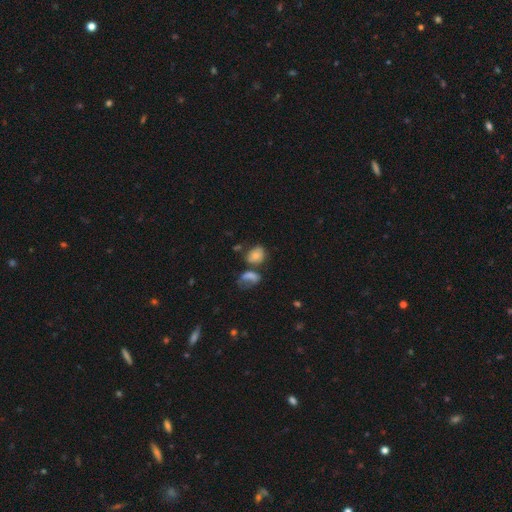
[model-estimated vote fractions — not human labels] Morphology: type=smooth (70%); roundness=in between (56%); merging=none (45%).